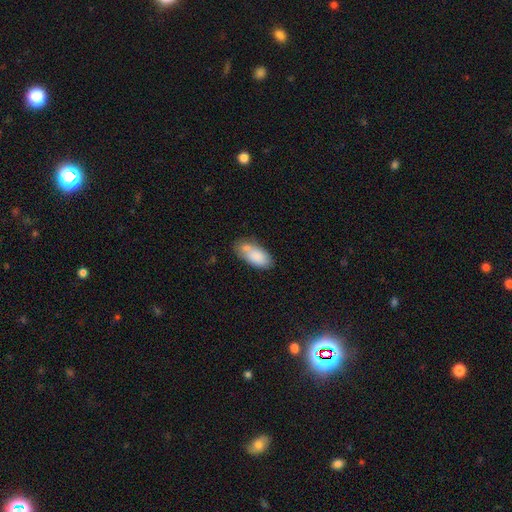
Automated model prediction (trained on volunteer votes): smooth 80%, featured or disk 13%, star or artifact 7%. Down the decision tree: how rounded — in between (90%); merging — none (52%).